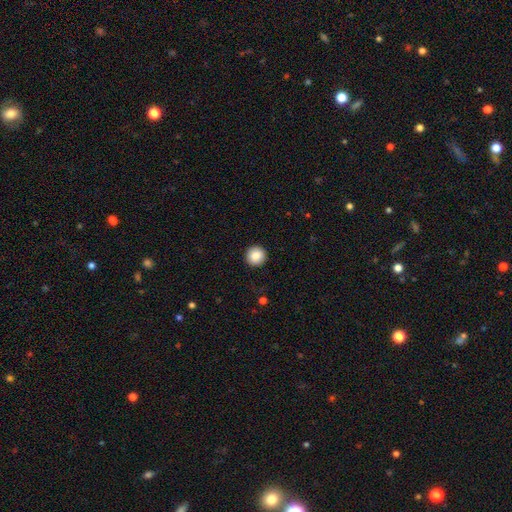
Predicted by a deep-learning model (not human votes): A smooth galaxy with no disk features (87%) that is round (95%).

Vote fractions:
- Smooth or featured? smooth: 87% / star or artifact: 8% / featured or disk: 4%
- How rounded? round: 95% / in between: 4% / cigar-shaped: 1%
- Merging? none: 92% / minor disturbance: 5% / major disturbance: 2% / merger: 1%